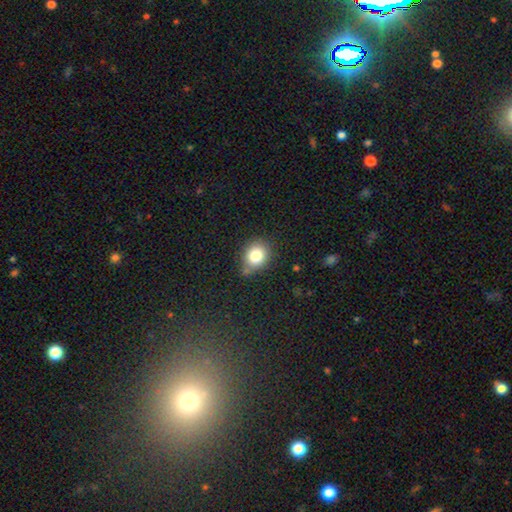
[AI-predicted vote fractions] A smooth galaxy with no disk features (80%) that is round (67%). Merging: none (71%).